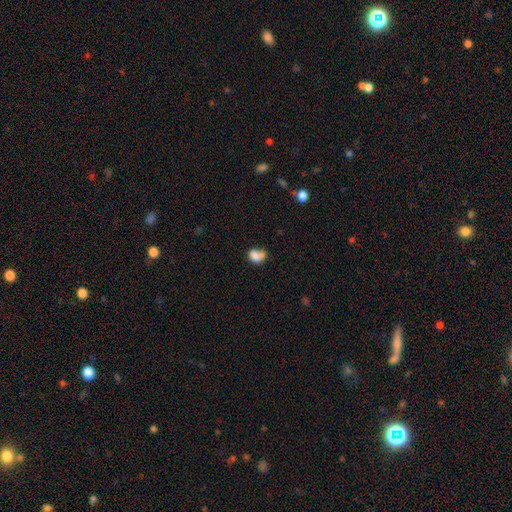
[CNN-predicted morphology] A smooth galaxy with no disk features (75%) that is in between round and cigar-shaped (59%).

Vote fractions:
- Smooth or featured? smooth: 75% / featured or disk: 15% / star or artifact: 10%
- How rounded? in between: 59% / round: 40% / cigar-shaped: 1%
- Merging? none: 31% (tied) / merger: 31% (tied) / minor disturbance: 21% / major disturbance: 17%